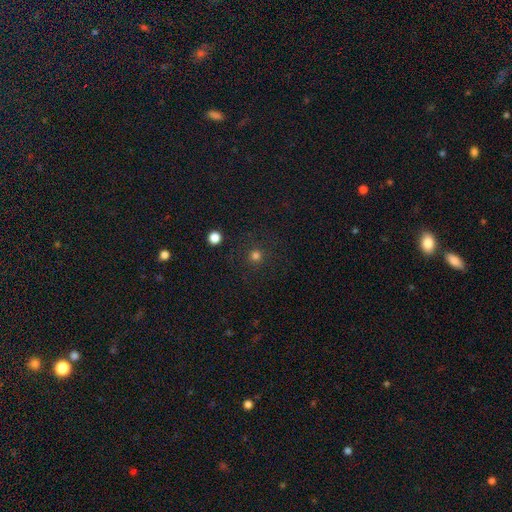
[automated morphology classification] Smooth or featured? smooth (77%)
How rounded? round (95%)
Merging? none (88%)